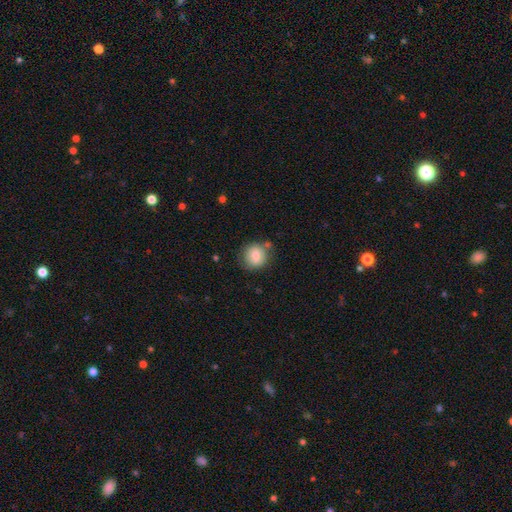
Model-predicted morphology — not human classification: A smooth galaxy with no disk features (76%) that is round (85%). Merging: none (72%).